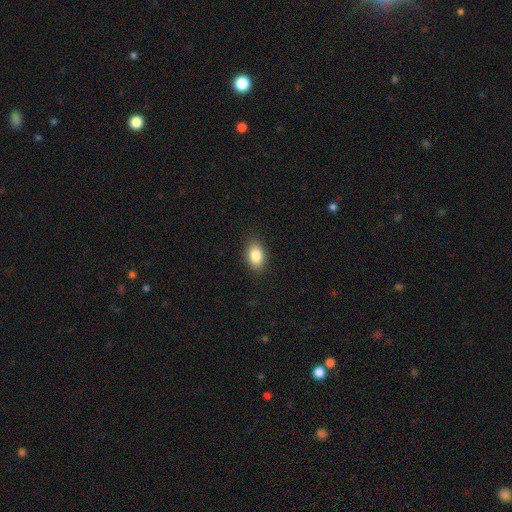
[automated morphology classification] Q: Smooth or featured?
A: smooth (85%); runner-up: star or artifact (8%)
Q: How rounded?
A: in between (86%); runner-up: round (12%)
Q: Merging?
A: none (87%); runner-up: minor disturbance (9%)